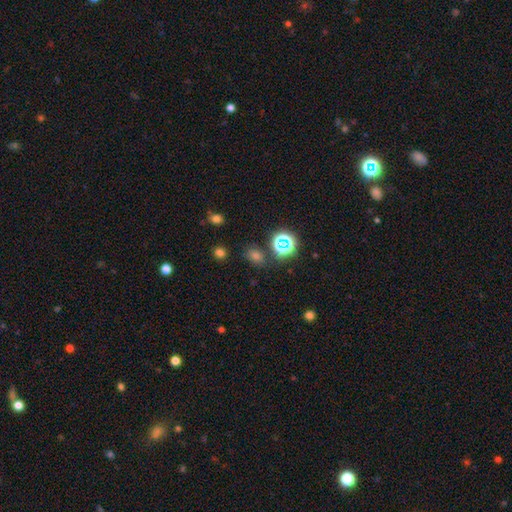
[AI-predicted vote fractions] A smooth galaxy with no disk features (55%) that is round (66%).

Vote fractions:
- Smooth or featured? smooth: 55% / star or artifact: 39% / featured or disk: 6%
- How rounded? round: 66% / in between: 32% / cigar-shaped: 2%
- Merging? none: 83% / minor disturbance: 9% / merger: 5% / major disturbance: 3%